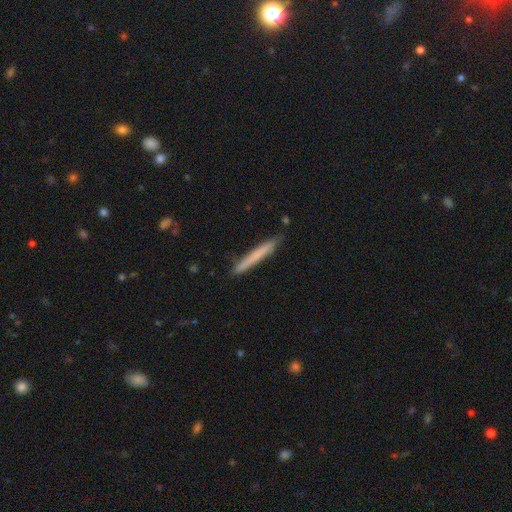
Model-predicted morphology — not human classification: type=smooth (67%); roundness=cigar-shaped (97%); merging=none (87%).